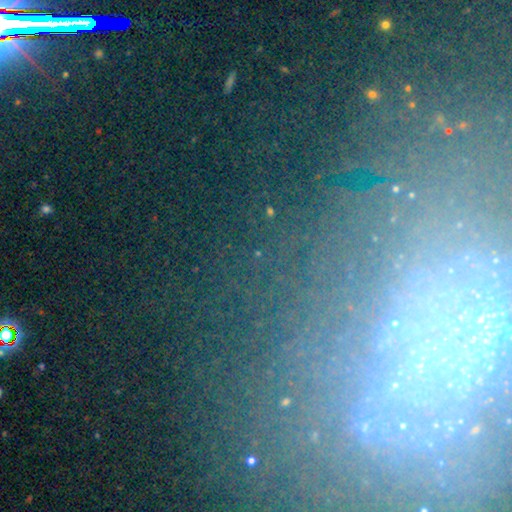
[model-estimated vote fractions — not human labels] Morphology: type=star or artifact (59%).